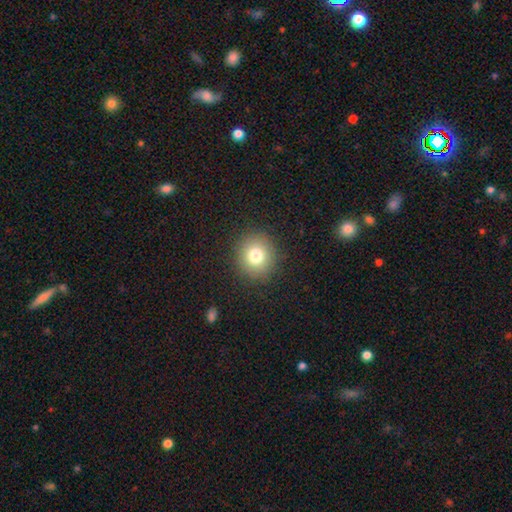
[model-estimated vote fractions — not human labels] Smooth or featured? smooth (78%)
How rounded? round (90%)
Merging? none (90%)